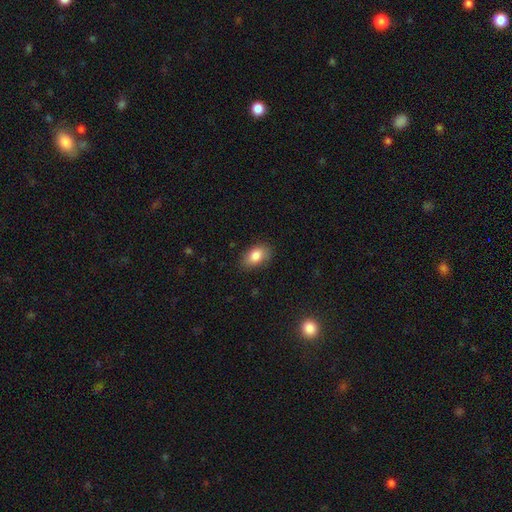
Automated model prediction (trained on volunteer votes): This is clearly a smooth galaxy (84%). How rounded: clearly in between (88%). Merging: clearly none (83%).